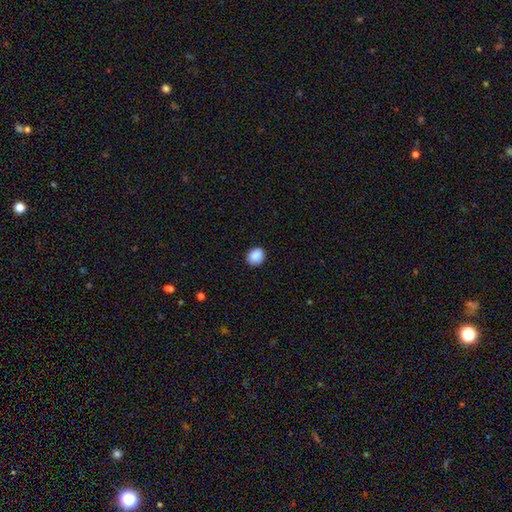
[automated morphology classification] A smooth galaxy with no disk features (89%) that is round (69%). Merging: none (90%).